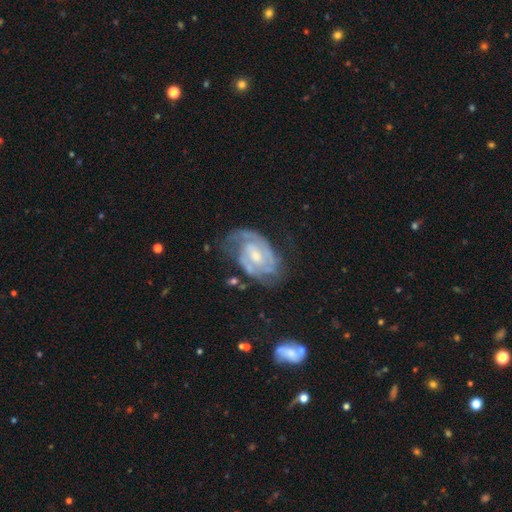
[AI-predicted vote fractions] smooth_or_featured: featured or disk (p=0.86) [alt: smooth p=0.09]
disk_edge_on: no (p=0.97) [alt: yes p=0.03]
bar: weak (p=0.48) [alt: no p=0.40]
has_spiral_arms: yes (p=0.95) [alt: no p=0.05]
spiral_winding: tight (p=0.51) [alt: medium p=0.39]
spiral_arm_count: 2 (p=0.60) [alt: can't tell p=0.19]
bulge_size: small (p=0.46) [alt: moderate p=0.45]
merging: none (p=0.58) [alt: minor disturbance p=0.24]